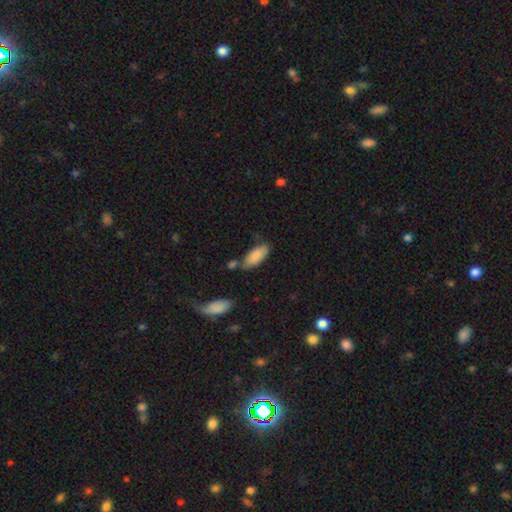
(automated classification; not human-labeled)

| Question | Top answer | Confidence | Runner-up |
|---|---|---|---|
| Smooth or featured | smooth | 87% | featured or disk (7%) |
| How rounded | in between | 82% | cigar-shaped (16%) |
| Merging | none | 60% | minor disturbance (21%) |